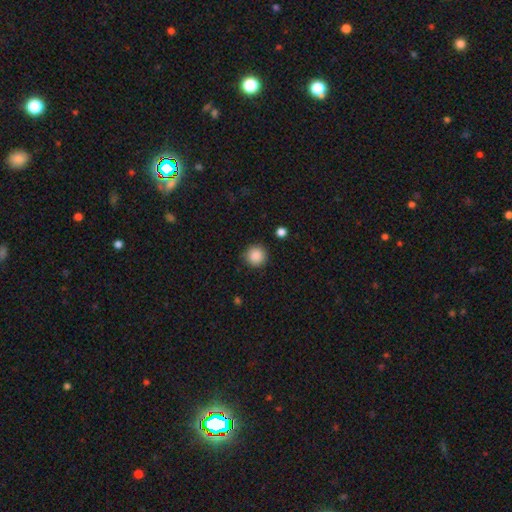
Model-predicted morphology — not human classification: Smooth or featured? Predicted: smooth (p=0.88). How rounded? Predicted: round (p=0.95). Merging? Predicted: none (p=0.89).